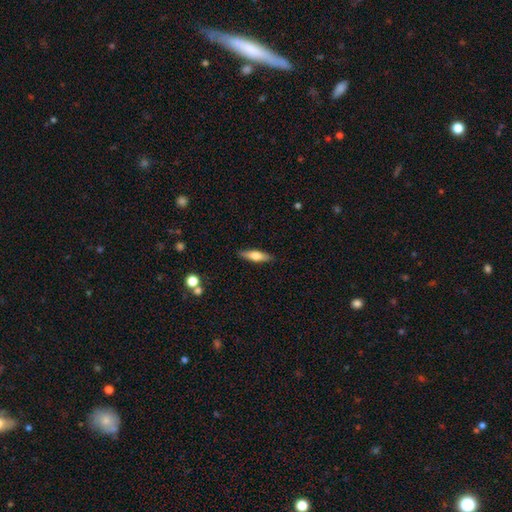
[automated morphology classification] A smooth galaxy with no disk features (56%) that is cigar-shaped (63%). Merging: none (88%).